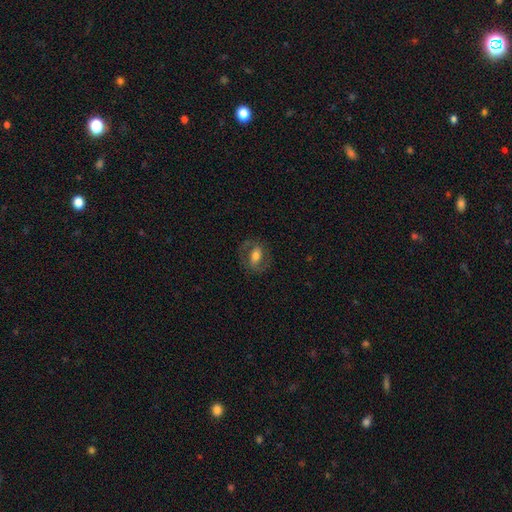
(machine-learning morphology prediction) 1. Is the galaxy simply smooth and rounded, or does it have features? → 47% smooth, 46% featured or disk, 8% star or artifact.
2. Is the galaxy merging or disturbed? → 74% none, 14% minor disturbance, 11% major disturbance, 1% merger.